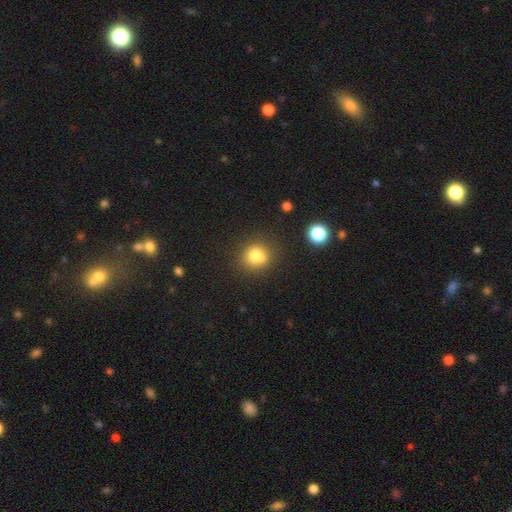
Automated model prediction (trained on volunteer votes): This is likely a smooth galaxy (78%). How rounded: clearly round (81%). Merging: likely none (72%).